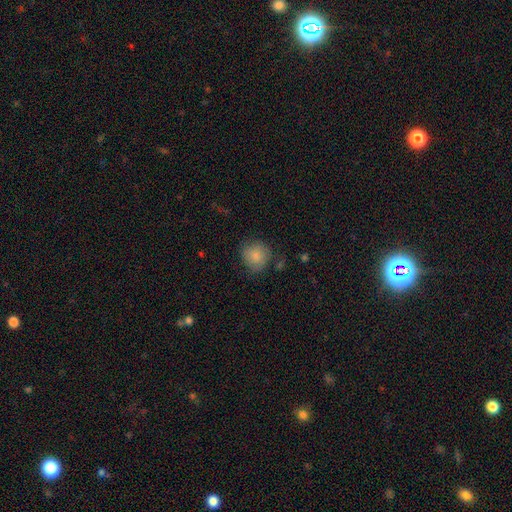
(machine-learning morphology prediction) smooth_or_featured: smooth (p=0.84) [alt: featured or disk p=0.08]
how_rounded: round (p=0.88) [alt: in between p=0.11]
merging: none (p=0.71) [alt: minor disturbance p=0.21]